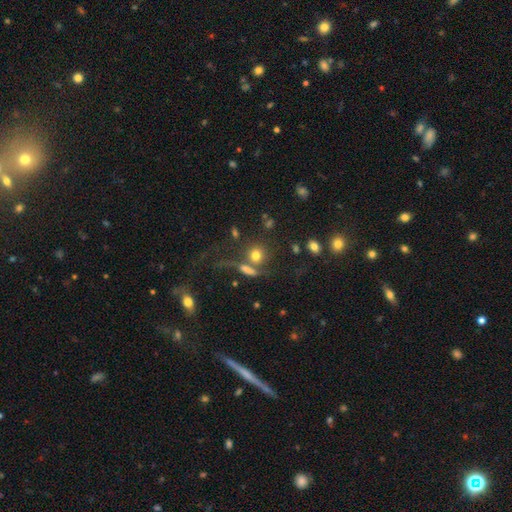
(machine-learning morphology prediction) smooth 72%, star or artifact 14%, featured or disk 13%. Down the decision tree: how rounded — round (77%); merging — none (52%).